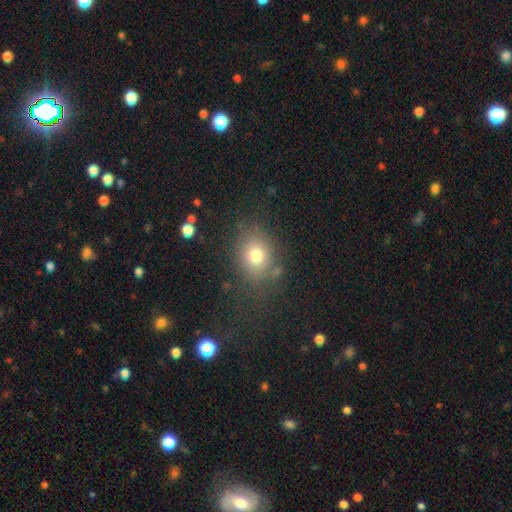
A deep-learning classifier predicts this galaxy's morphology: A smooth galaxy with no disk features (75%) that is round (53%).

Vote fractions:
- Smooth or featured? smooth: 75% / star or artifact: 13% / featured or disk: 11%
- How rounded? round: 53% / in between: 46% / cigar-shaped: 1%
- Merging? none: 74% / minor disturbance: 15% / major disturbance: 8% / merger: 3%